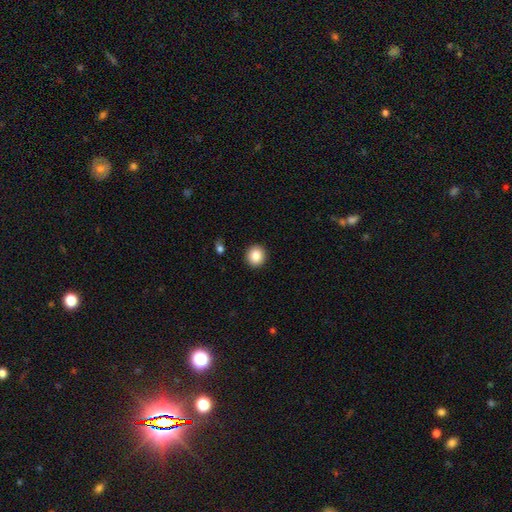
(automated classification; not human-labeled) Smooth or featured?
  - smooth: 87% *
  - star or artifact: 8%
  - featured or disk: 5%
How rounded?
  - round: 88% *
  - in between: 11%
  - cigar-shaped: 1%
Merging?
  - none: 92% *
  - minor disturbance: 5%
  - major disturbance: 2%
  - merger: 1%